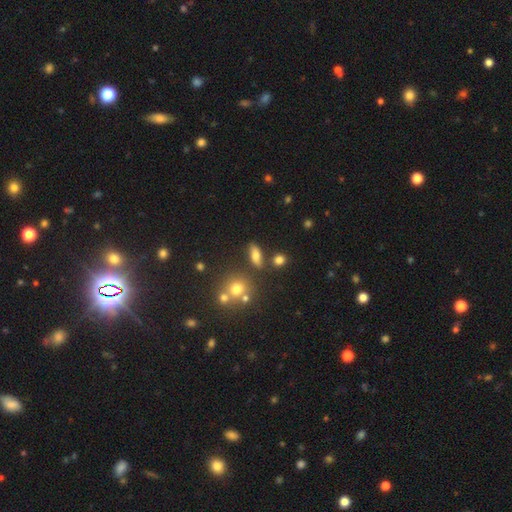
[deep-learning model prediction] Smooth or featured: smooth — 69% (featured or disk — 19%)
How rounded: in between — 63% (cigar-shaped — 26%)
Merging: none — 75% (minor disturbance — 13%)